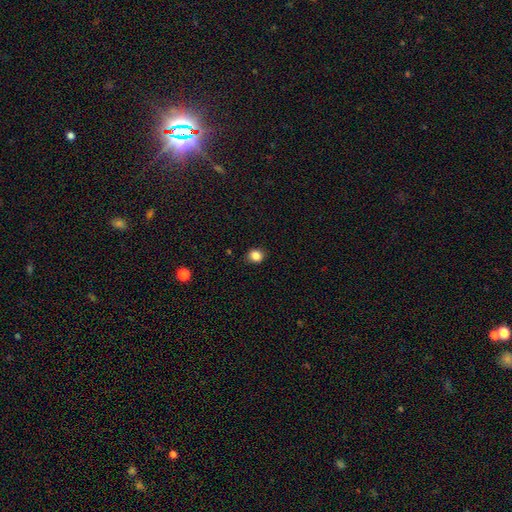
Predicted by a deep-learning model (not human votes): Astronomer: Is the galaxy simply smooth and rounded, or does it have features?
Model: smooth — 85%.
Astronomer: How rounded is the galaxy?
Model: round — 72%.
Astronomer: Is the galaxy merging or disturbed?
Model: none — 87%.